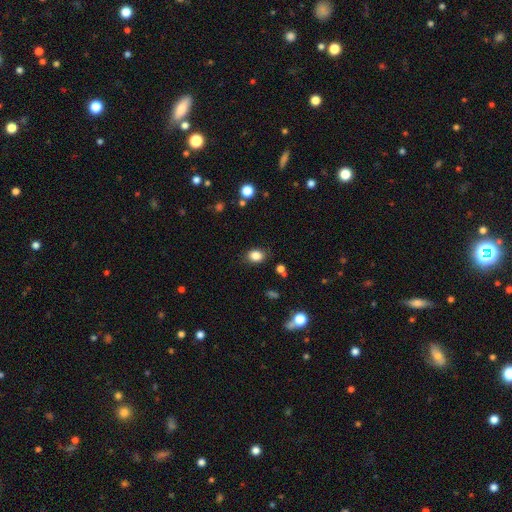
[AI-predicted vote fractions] Smooth or featured? Predicted: smooth (p=0.85). How rounded? Predicted: in between (p=0.61). Merging? Predicted: none (p=0.83).